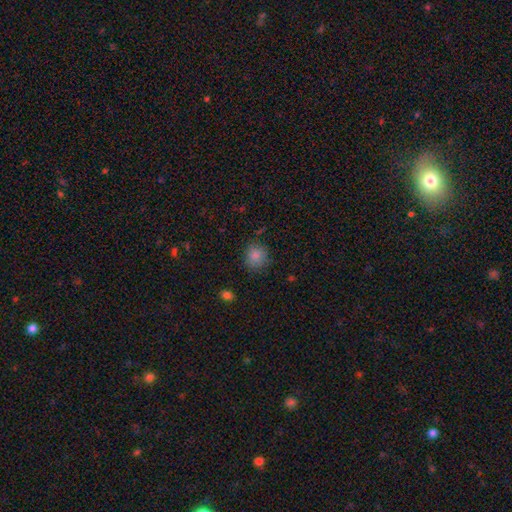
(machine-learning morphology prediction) Smooth or featured? Predicted: smooth (p=0.84). How rounded? Predicted: round (p=0.84). Merging? Predicted: none (p=0.82).